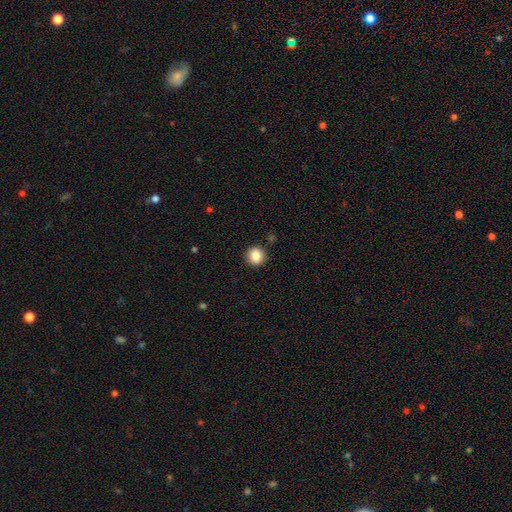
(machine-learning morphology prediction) Overall: smooth (85%). How rounded: round (90%). Merging: none (91%).